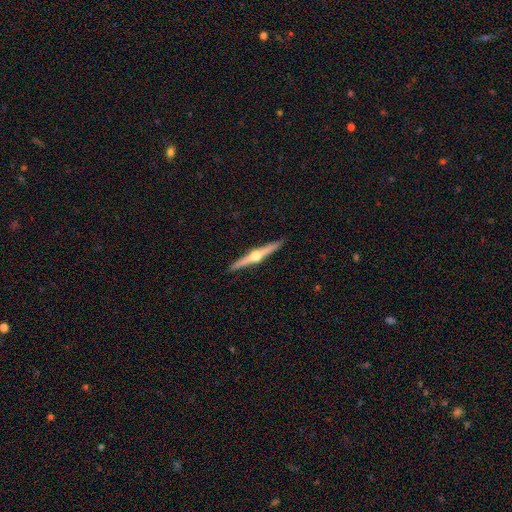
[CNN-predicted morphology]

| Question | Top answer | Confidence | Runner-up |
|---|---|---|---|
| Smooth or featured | featured or disk | 81% | smooth (15%) |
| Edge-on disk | yes | 98% | no (2%) |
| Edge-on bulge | rounded | 96% | boxy (2%) |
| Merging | none | 92% | minor disturbance (5%) |